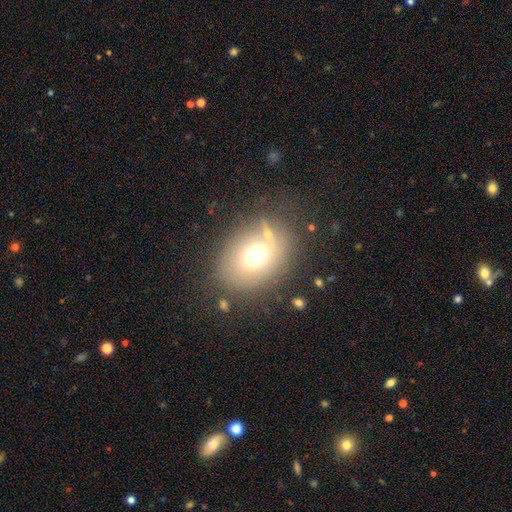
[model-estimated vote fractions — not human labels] Q: Smooth or featured?
A: smooth (64%); runner-up: featured or disk (22%)
Q: How rounded?
A: in between (61%); runner-up: round (38%)
Q: Merging?
A: none (67%); runner-up: minor disturbance (17%)